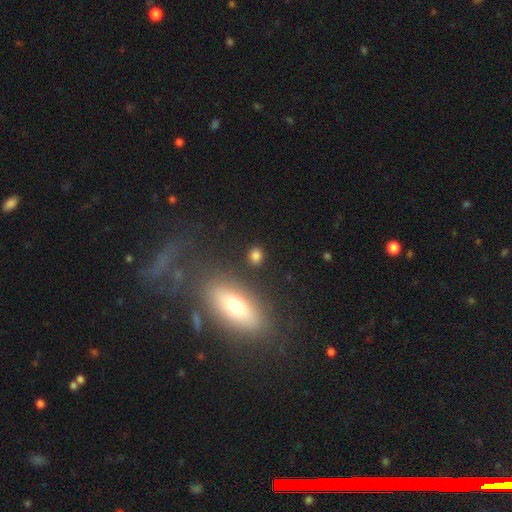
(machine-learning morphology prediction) smooth-or-featured: smooth: 79% | star or artifact: 13% | featured or disk: 8%
  how-rounded: round: 60% | in between: 37% | cigar-shaped: 3%
  merging: none: 83% | minor disturbance: 9% | merger: 5% | major disturbance: 3%